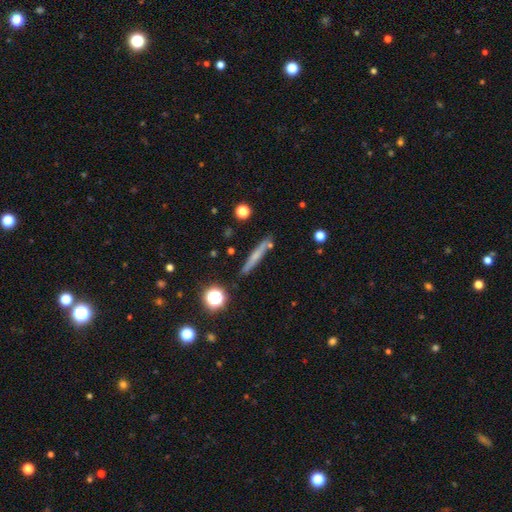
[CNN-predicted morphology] Smooth or featured? smooth (49%)
Merging? none (84%)